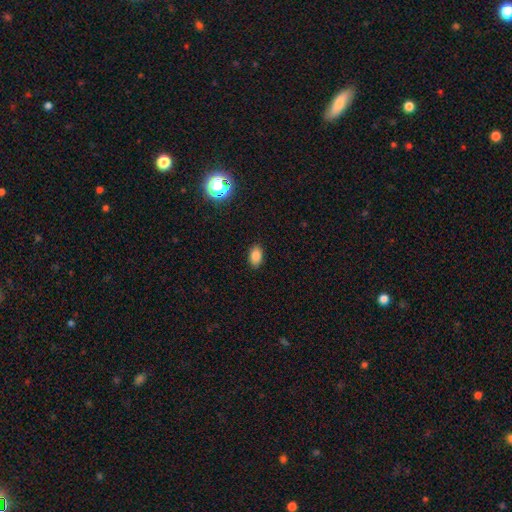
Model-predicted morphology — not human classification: Smooth or featured? smooth (83%)
How rounded? in between (87%)
Merging? none (88%)